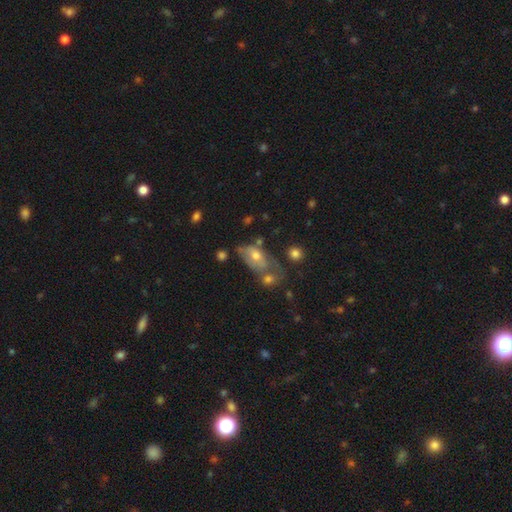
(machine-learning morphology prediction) type=smooth (53%); roundness=in between (86%); merging=merger (33%).